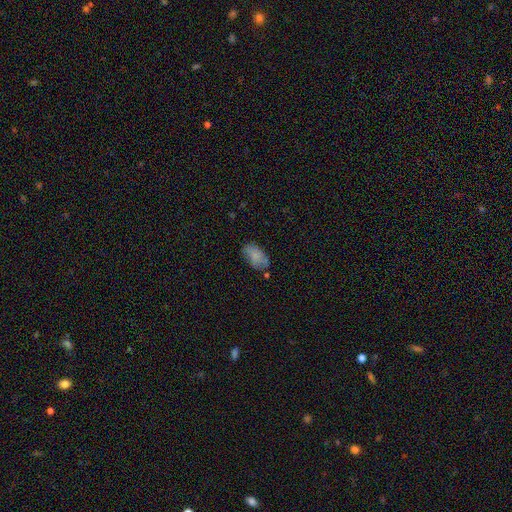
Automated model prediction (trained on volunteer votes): Morphology: type=smooth (76%); roundness=in between (92%); merging=none (58%).